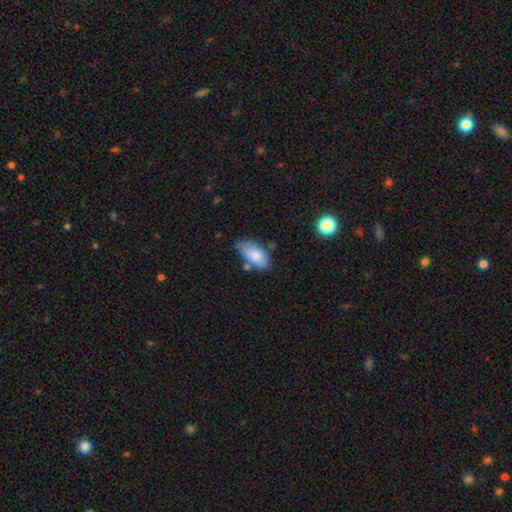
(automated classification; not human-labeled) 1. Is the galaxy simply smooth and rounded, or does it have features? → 78% smooth, 15% featured or disk, 7% star or artifact.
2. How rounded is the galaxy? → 93% in between, 4% cigar-shaped, 3% round.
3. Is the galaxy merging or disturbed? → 56% none, 28% minor disturbance, 9% merger, 6% major disturbance.